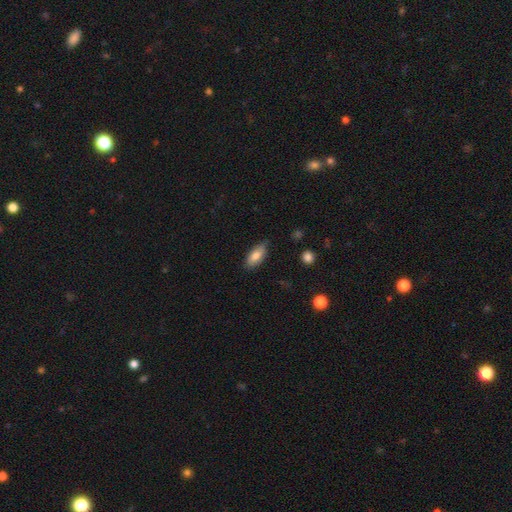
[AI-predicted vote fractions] smooth 80%, featured or disk 14%, star or artifact 7%. Down the decision tree: how rounded — in between (85%); merging — none (79%).